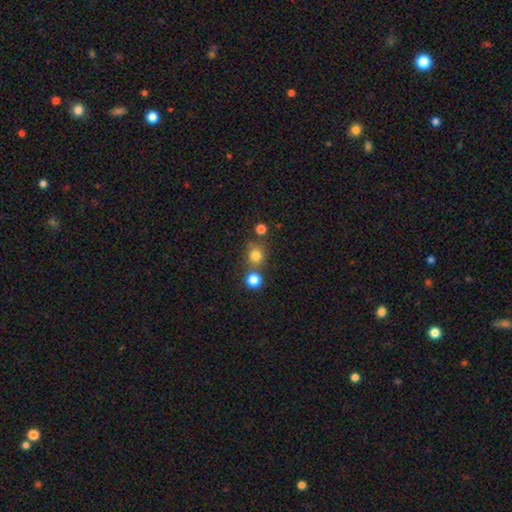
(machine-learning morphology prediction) smooth-or-featured: smooth: 77% | star or artifact: 16% | featured or disk: 7%
  how-rounded: round: 84% | in between: 15% | cigar-shaped: 1%
  merging: none: 67% | merger: 19% | minor disturbance: 10% | major disturbance: 4%